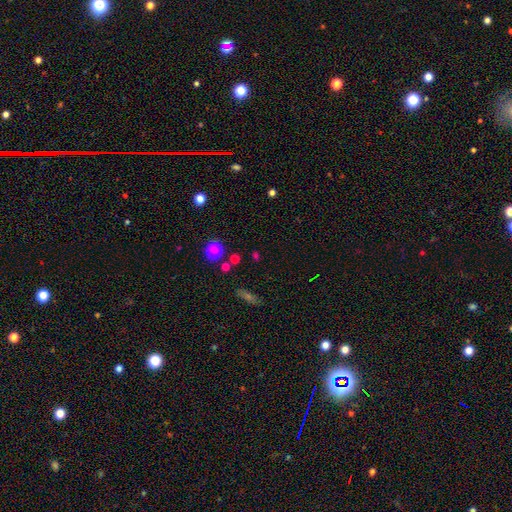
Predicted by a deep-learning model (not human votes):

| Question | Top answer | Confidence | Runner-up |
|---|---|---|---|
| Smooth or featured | smooth | 56% | star or artifact (36%) |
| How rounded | round | 72% | in between (22%) |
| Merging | none | 79% | minor disturbance (9%) |